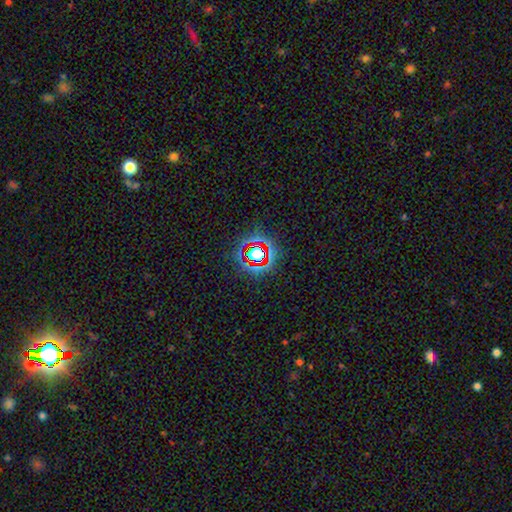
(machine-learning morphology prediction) Smooth or featured? star or artifact (70%)